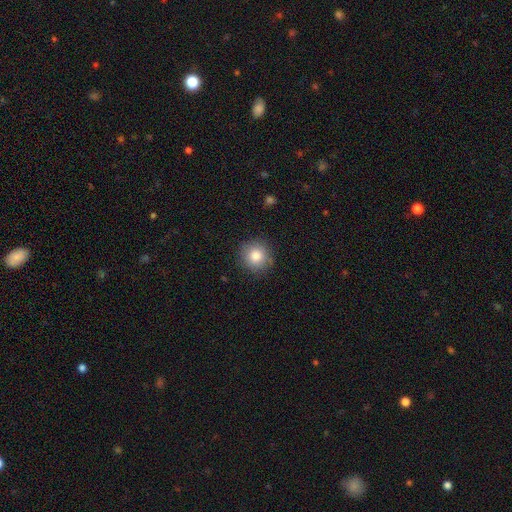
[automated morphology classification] Smooth or featured? Predicted: smooth (p=0.84). How rounded? Predicted: round (p=0.91). Merging? Predicted: none (p=0.87).